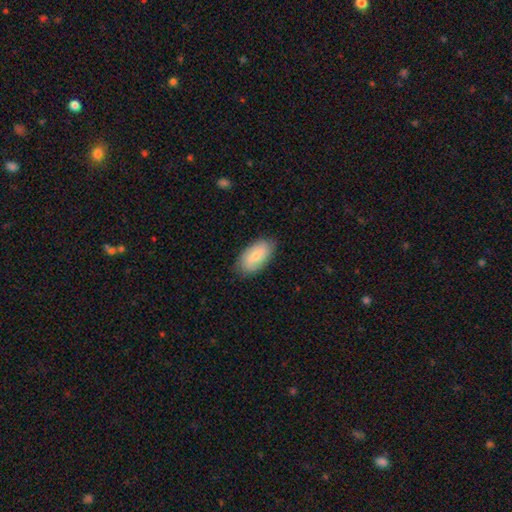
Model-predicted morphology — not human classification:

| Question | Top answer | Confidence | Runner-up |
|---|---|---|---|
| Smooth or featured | smooth | 72% | featured or disk (22%) |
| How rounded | in between | 94% | cigar-shaped (4%) |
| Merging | none | 82% | minor disturbance (15%) |